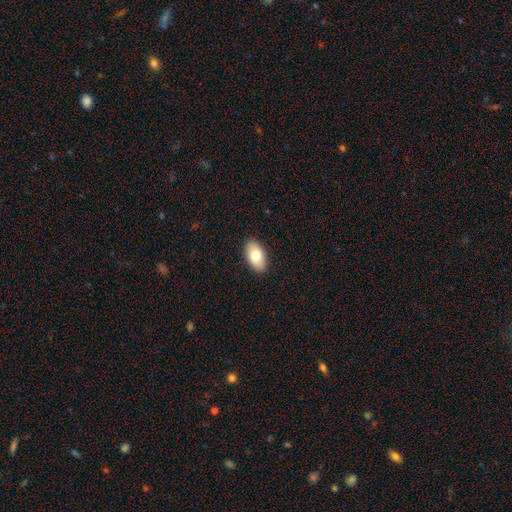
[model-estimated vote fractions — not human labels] The model was most divided on "smooth or featured": smooth: 77%, featured or disk: 16%, star or artifact: 7%. More confident: how rounded — in between (94%); merging — none (90%).